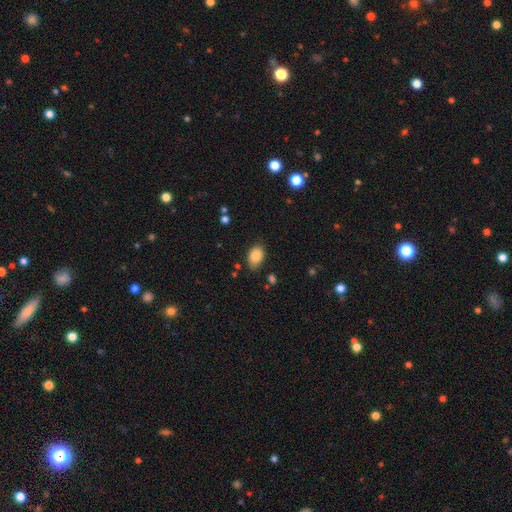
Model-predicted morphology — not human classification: smooth 87%, star or artifact 8%, featured or disk 5%. Down the decision tree: how rounded — in between (86%); merging — none (79%).